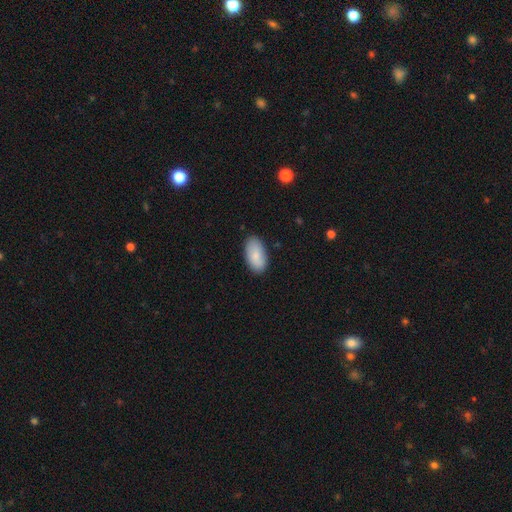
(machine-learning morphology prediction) A smooth galaxy with no disk features (85%) that is in between round and cigar-shaped (95%).

Vote fractions:
- Smooth or featured? smooth: 85% / featured or disk: 9% / star or artifact: 6%
- How rounded? in between: 95% / round: 3% / cigar-shaped: 2%
- Merging? none: 85% / minor disturbance: 12% / major disturbance: 2% / merger: 1%